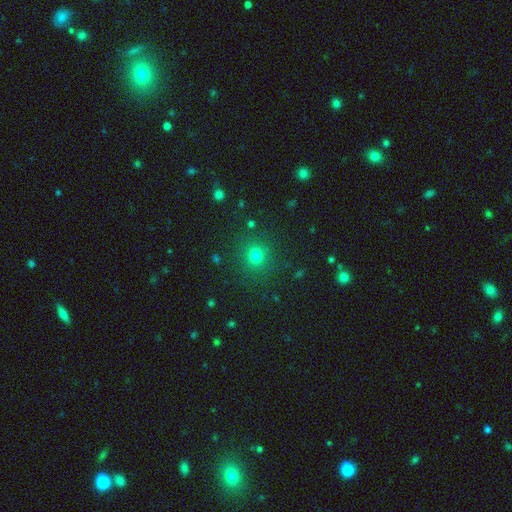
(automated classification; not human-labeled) Overall: smooth (76%). How rounded: round (89%). Merging: none (87%).